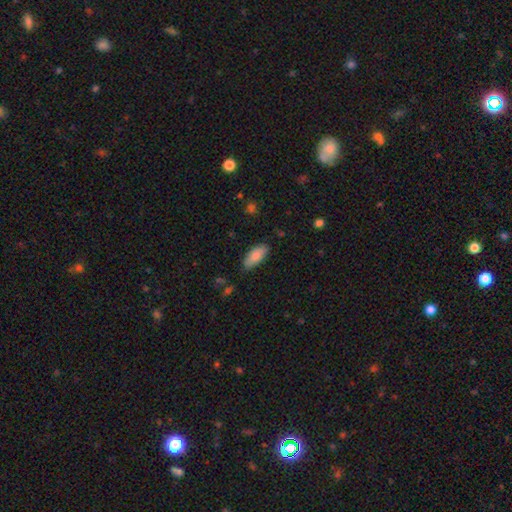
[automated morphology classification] smooth-or-featured: smooth: 84% | featured or disk: 10% | star or artifact: 6%
  how-rounded: in between: 85% | cigar-shaped: 13% | round: 2%
  merging: none: 82% | minor disturbance: 15% | major disturbance: 3% | merger: 1%